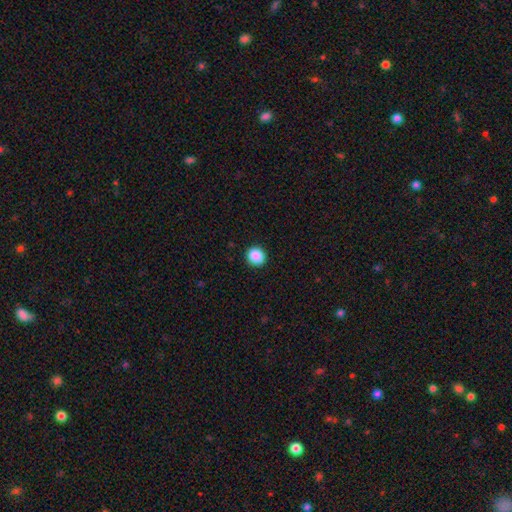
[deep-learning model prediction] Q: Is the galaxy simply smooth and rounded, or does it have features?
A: smooth — 88%.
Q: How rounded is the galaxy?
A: round — 89%.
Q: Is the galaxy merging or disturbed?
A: none — 92%.